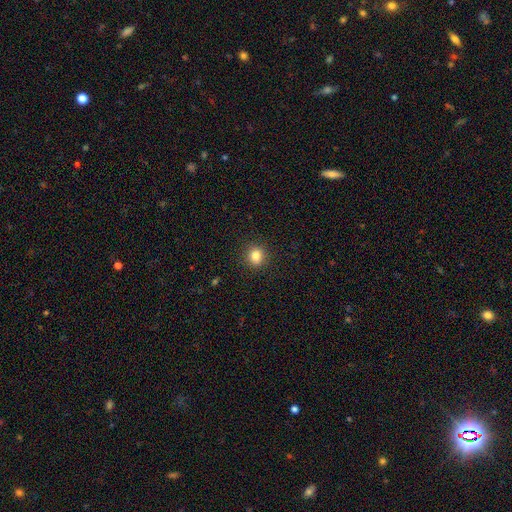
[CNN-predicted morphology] A smooth galaxy with no disk features (83%) that is round (82%). Merging: none (90%).